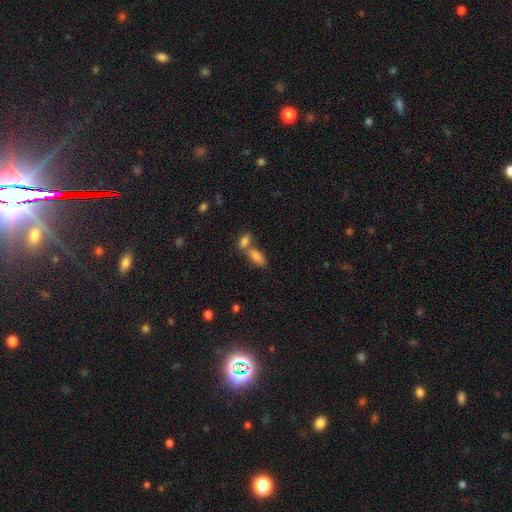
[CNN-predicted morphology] A smooth galaxy with no disk features (79%) that is in between round and cigar-shaped (83%).

Vote fractions:
- Smooth or featured? smooth: 79% / star or artifact: 11% / featured or disk: 10%
- How rounded? in between: 83% / cigar-shaped: 13% / round: 4%
- Merging? merger: 53% / none: 36% / minor disturbance: 8% / major disturbance: 3%